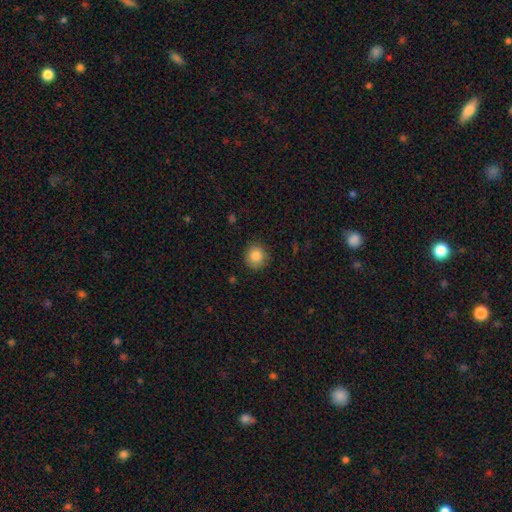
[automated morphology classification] Overall: smooth (85%). How rounded: round (90%). Merging: none (88%).